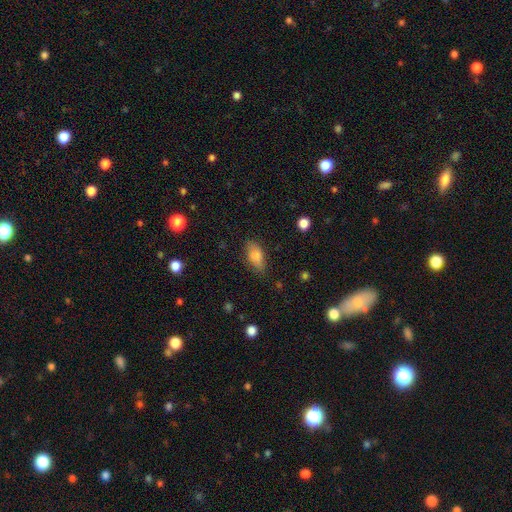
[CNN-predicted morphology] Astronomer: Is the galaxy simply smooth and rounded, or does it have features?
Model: smooth — 81%.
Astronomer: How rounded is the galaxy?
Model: in between — 87%.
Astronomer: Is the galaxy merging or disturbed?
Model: none — 76%.